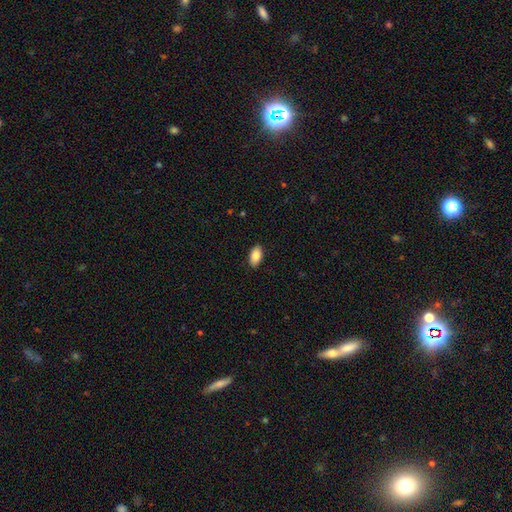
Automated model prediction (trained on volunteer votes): smooth_or_featured: smooth (p=0.86) [alt: featured or disk p=0.07]
how_rounded: in between (p=0.93) [alt: round p=0.04]
merging: none (p=0.89) [alt: minor disturbance p=0.08]